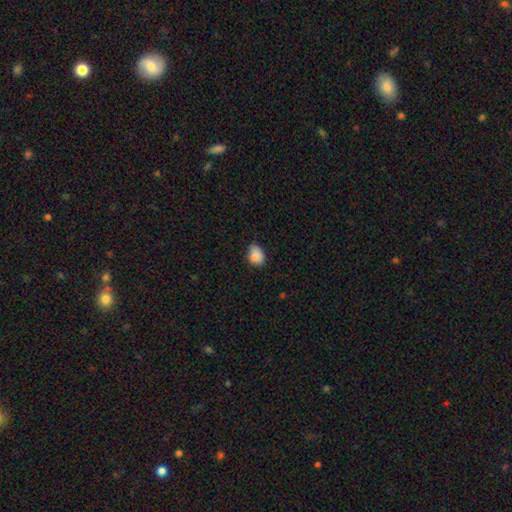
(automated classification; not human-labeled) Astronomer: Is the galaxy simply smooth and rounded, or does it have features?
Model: smooth — 87%.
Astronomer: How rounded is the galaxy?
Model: in between — 69%.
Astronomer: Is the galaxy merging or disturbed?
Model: none — 64%.